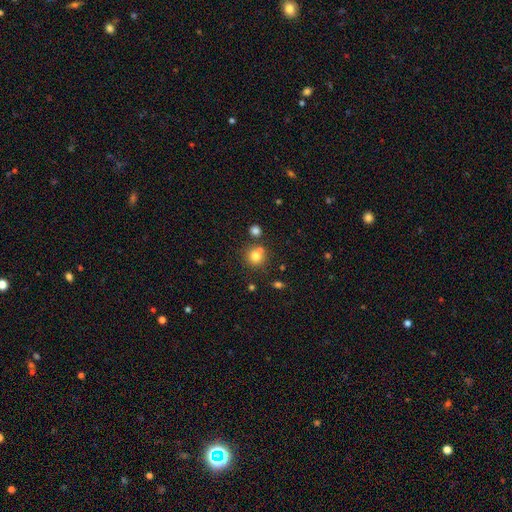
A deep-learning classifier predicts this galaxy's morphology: smooth 78%, star or artifact 14%, featured or disk 9%. Down the decision tree: how rounded — round (90%); merging — none (66%).